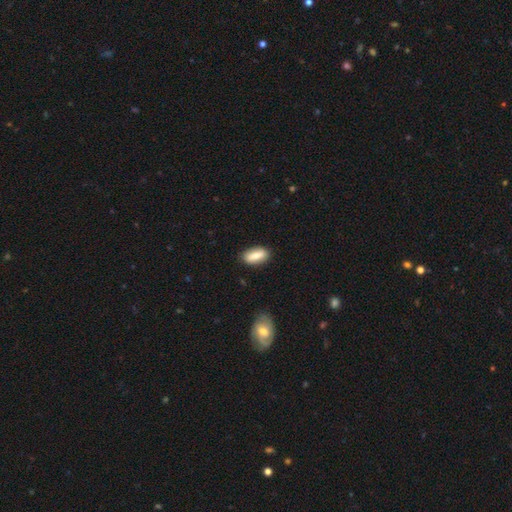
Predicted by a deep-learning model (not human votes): A smooth galaxy with no disk features (72%) that is in between round and cigar-shaped (84%). Merging: none (85%).